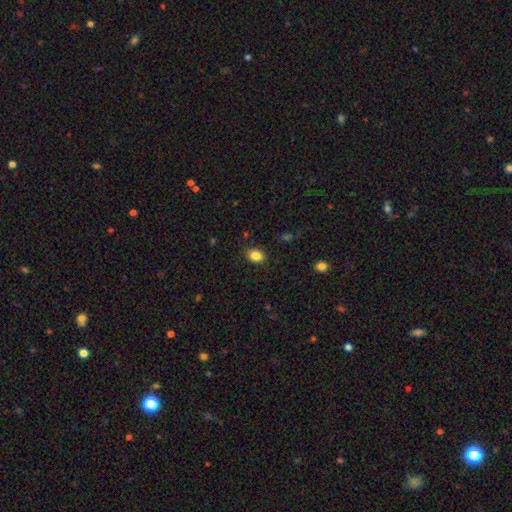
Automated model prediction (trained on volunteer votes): Smooth or featured: smooth — 85% (star or artifact — 10%)
How rounded: in between — 57% (round — 42%)
Merging: none — 88% (minor disturbance — 9%)